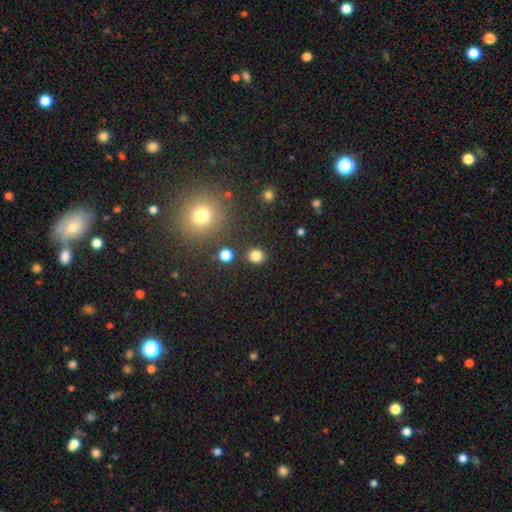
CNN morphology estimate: Smooth or featured? smooth (82%)
How rounded? round (80%)
Merging? none (86%)